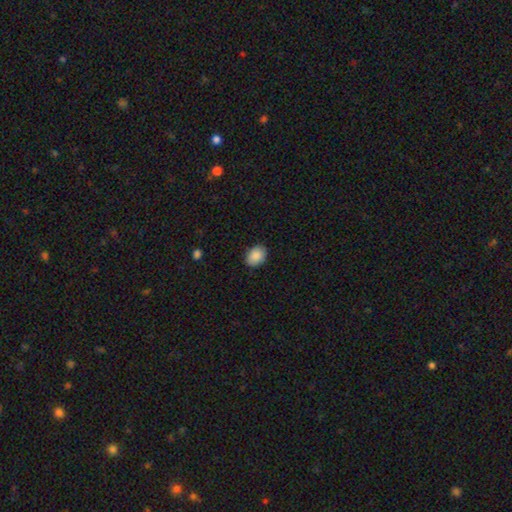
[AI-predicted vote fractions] Smooth or featured? Predicted: smooth (p=0.89). How rounded? Predicted: in between (p=0.67). Merging? Predicted: none (p=0.87).